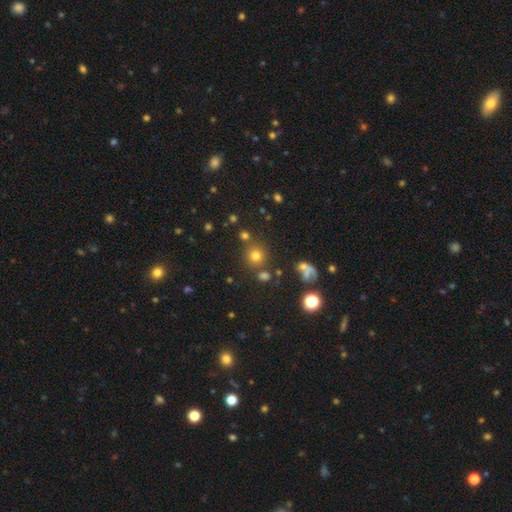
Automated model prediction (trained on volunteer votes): Morphology: type=smooth (72%); roundness=round (91%); merging=none (76%).